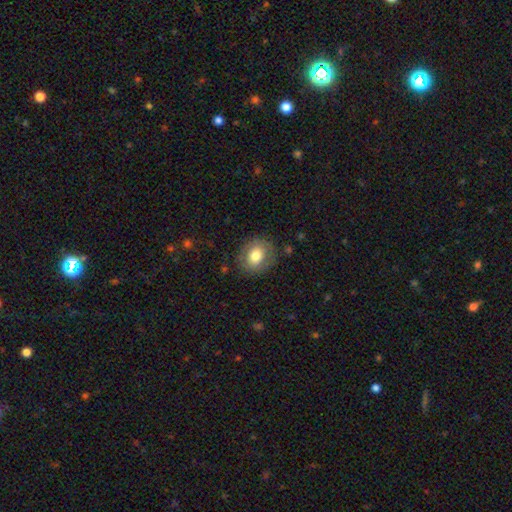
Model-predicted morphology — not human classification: The model was most divided on "how rounded": round: 69%, in between: 30%, cigar-shaped: 1%. More confident: merging — none (81%); smooth or featured — smooth (71%).